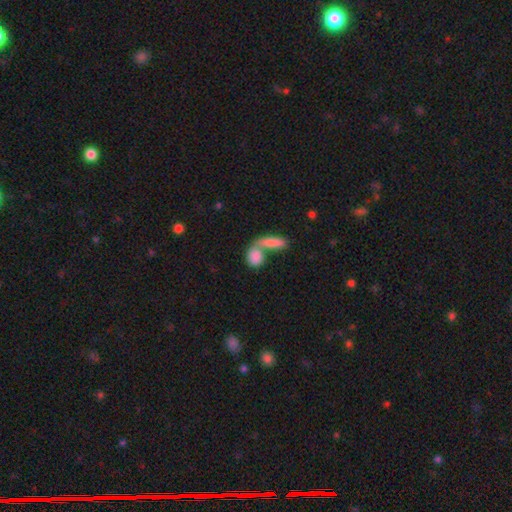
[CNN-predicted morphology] smooth-or-featured: smooth: 83% | featured or disk: 10% | star or artifact: 7%
  how-rounded: in between: 61% | round: 26% | cigar-shaped: 13%
  merging: merger: 55% | none: 33% | minor disturbance: 7% | major disturbance: 5%